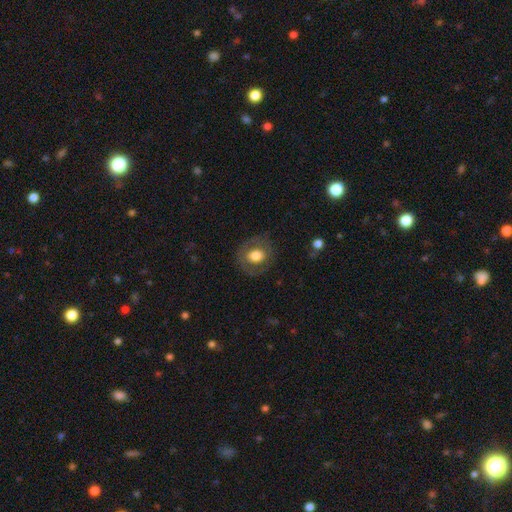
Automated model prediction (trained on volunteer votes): A smooth galaxy with no disk features (60%) that is round (75%).

Vote fractions:
- Smooth or featured? smooth: 60% / featured or disk: 33% / star or artifact: 8%
- How rounded? round: 75% / in between: 24% / cigar-shaped: 1%
- Merging? none: 81% / minor disturbance: 12% / major disturbance: 6% / merger: 1%